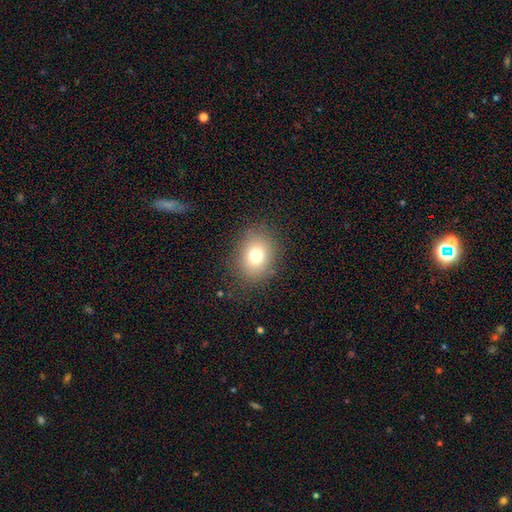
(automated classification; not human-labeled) Smooth or featured? Predicted: smooth (p=0.75). How rounded? Predicted: in between (p=0.50). Merging? Predicted: none (p=0.82).